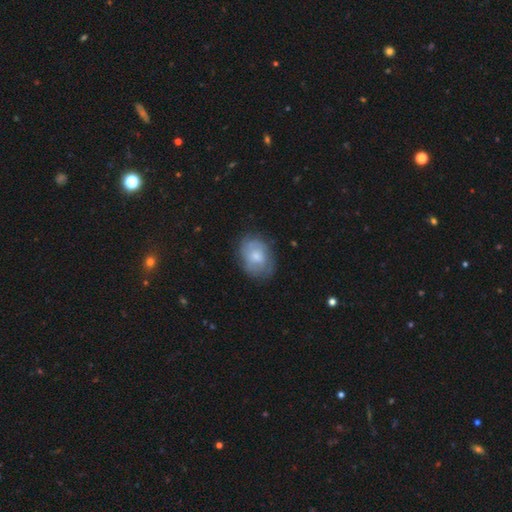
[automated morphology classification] A featured or disk galaxy (47%).

Vote fractions:
- Smooth or featured? featured or disk: 47% / smooth: 46% / star or artifact: 7%
- Merging? none: 70% / minor disturbance: 21% / major disturbance: 8% / merger: 1%